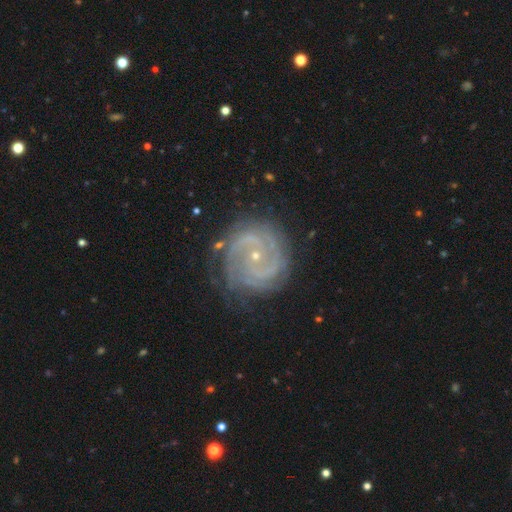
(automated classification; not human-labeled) Smooth or featured: featured or disk — 88% (star or artifact — 7%)
Edge-on disk: no — 98% (yes — 2%)
Bar: no — 66% (weak — 27%)
Spiral arms: yes — 97% (no — 3%)
Spiral winding: tight — 62% (medium — 32%)
Spiral arm count: 2 — 55% (3 — 15%)
Bulge size: small — 84% (moderate — 13%)
Merging: none — 77% (minor disturbance — 16%)